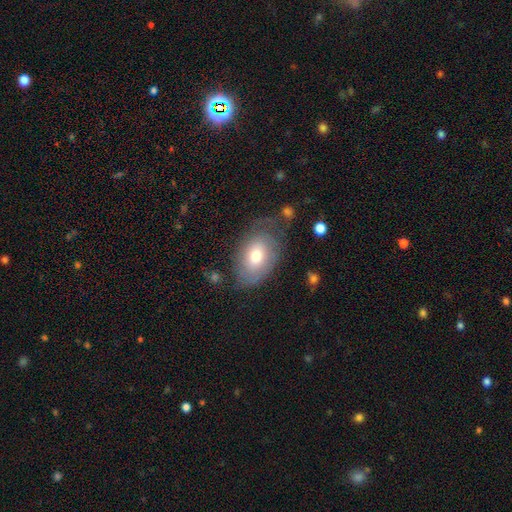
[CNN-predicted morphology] type=smooth (64%); roundness=in between (87%); merging=none (59%).